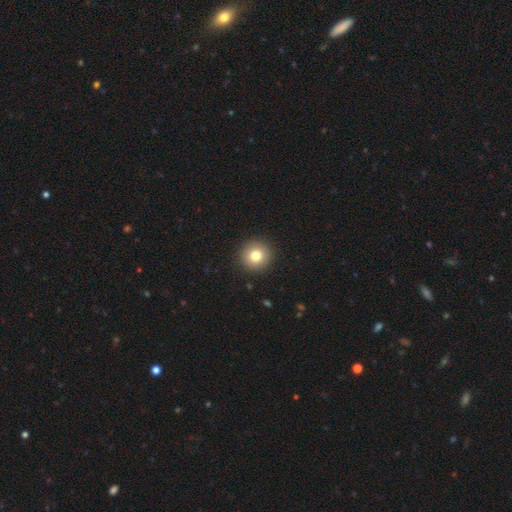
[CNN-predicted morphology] Smooth or featured? smooth (80%)
How rounded? round (93%)
Merging? none (92%)